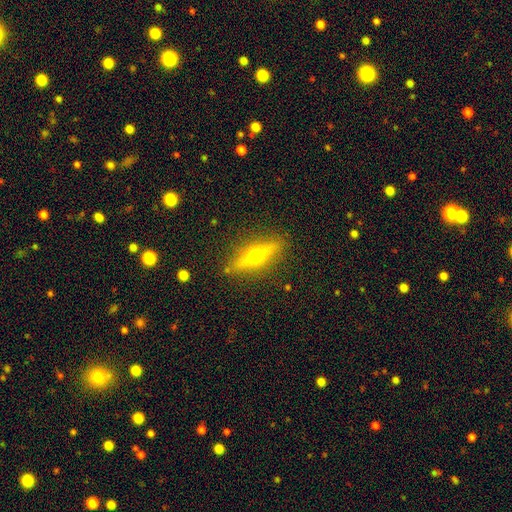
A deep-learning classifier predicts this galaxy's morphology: This appears to be a featured or disk galaxy (68%) viewed edge-on (94%) with a rounded central bulge (96%). Merging: none (88%).